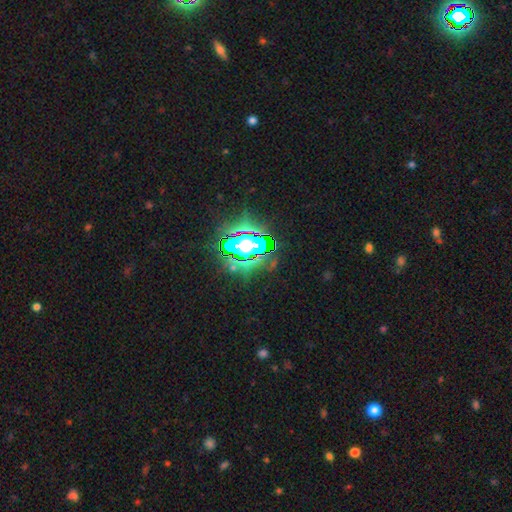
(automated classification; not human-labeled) smooth-or-featured: star or artifact: 79% | smooth: 11% | featured or disk: 10%